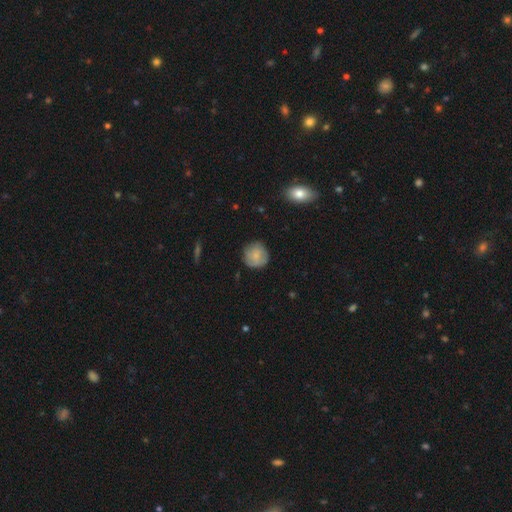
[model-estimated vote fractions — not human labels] Q: Smooth or featured?
A: smooth (69%); runner-up: featured or disk (23%)
Q: How rounded?
A: round (91%); runner-up: in between (8%)
Q: Merging?
A: none (77%); runner-up: minor disturbance (18%)